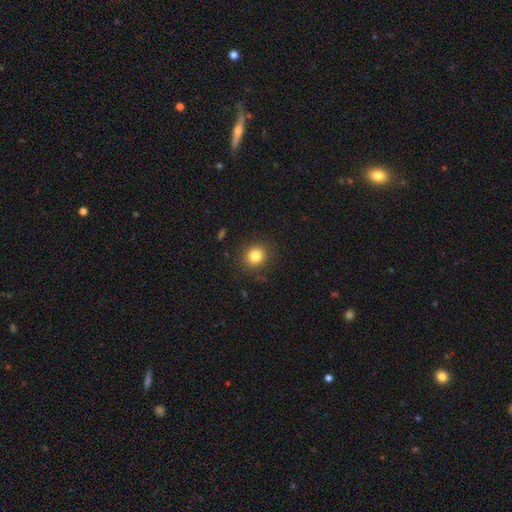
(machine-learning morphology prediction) type=smooth (82%); roundness=round (85%); merging=none (87%).